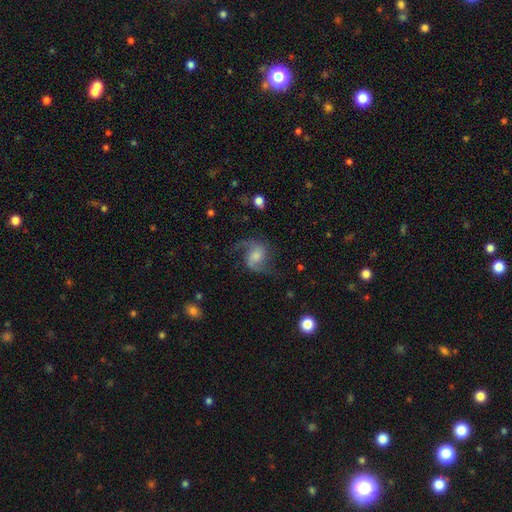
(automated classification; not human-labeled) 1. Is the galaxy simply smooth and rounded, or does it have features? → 80% featured or disk, 13% smooth, 7% star or artifact.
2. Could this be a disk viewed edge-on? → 98% no, 2% yes.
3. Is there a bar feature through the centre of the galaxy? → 57% no, 36% weak, 7% strong.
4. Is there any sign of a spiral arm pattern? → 96% yes, 4% no.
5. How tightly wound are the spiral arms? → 54% loose, 39% medium, 8% tight.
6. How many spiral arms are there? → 89% 2, 4% 1, 3% can't tell, 2% 3, 1% 4, 1% more than 4.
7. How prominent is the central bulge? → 38% moderate, 28% small, 16% none, 15% large, 3% dominant.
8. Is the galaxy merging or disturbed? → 64% none, 18% minor disturbance, 16% major disturbance, 2% merger.